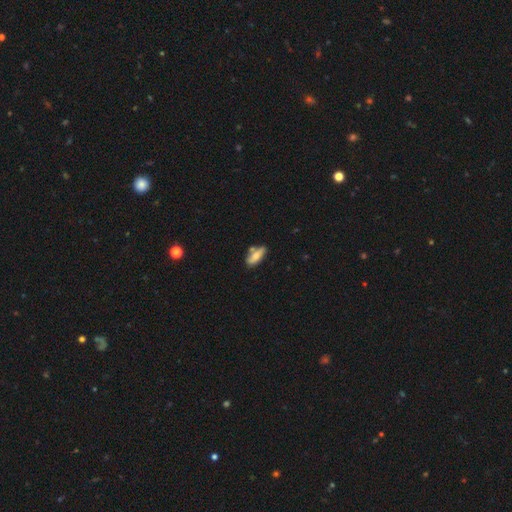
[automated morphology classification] smooth 66%, featured or disk 26%, star or artifact 7%. Down the decision tree: how rounded — in between (73%); merging — none (56%).